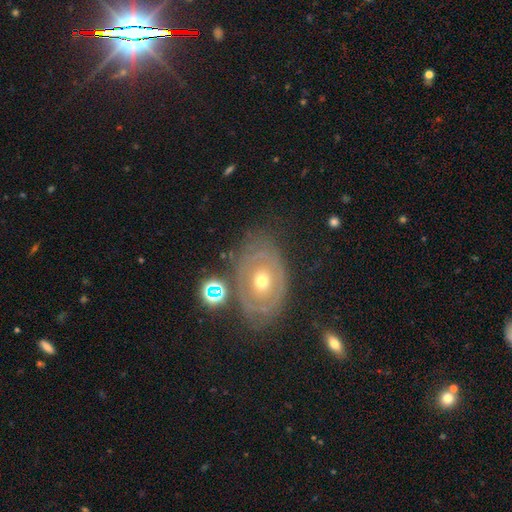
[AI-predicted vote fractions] Q: Smooth or featured?
A: featured or disk (68%); runner-up: smooth (20%)
Q: Edge-on disk?
A: no (94%); runner-up: yes (6%)
Q: Bar?
A: no (81%); runner-up: weak (14%)
Q: Spiral arms?
A: yes (58%); runner-up: no (42%)
Q: Bulge size?
A: moderate (61%); runner-up: small (34%)
Q: Merging?
A: none (73%); runner-up: minor disturbance (15%)